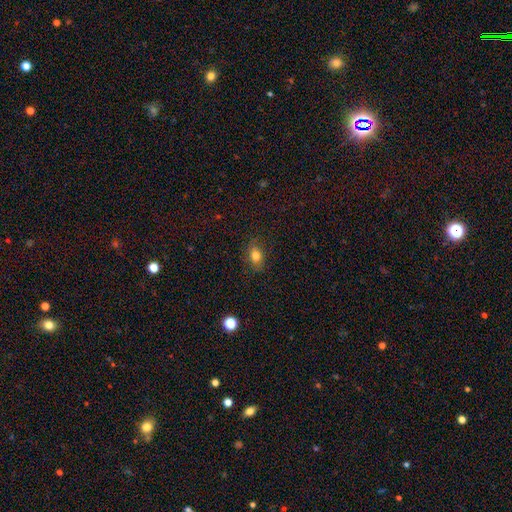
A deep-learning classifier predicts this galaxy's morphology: type=smooth (79%); roundness=in between (70%); merging=none (83%).